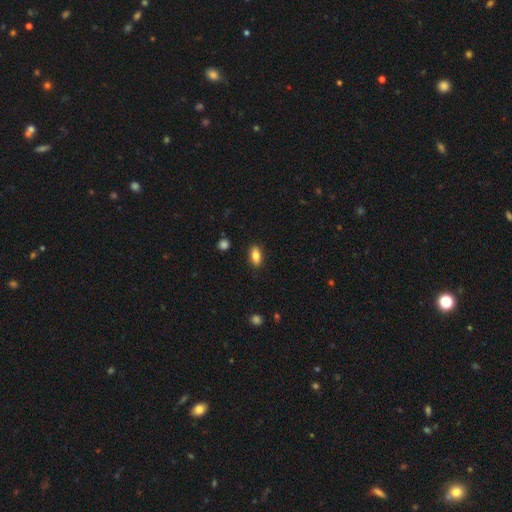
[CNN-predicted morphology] smooth 84%, featured or disk 8%, star or artifact 8%. Down the decision tree: how rounded — in between (89%); merging — none (87%).